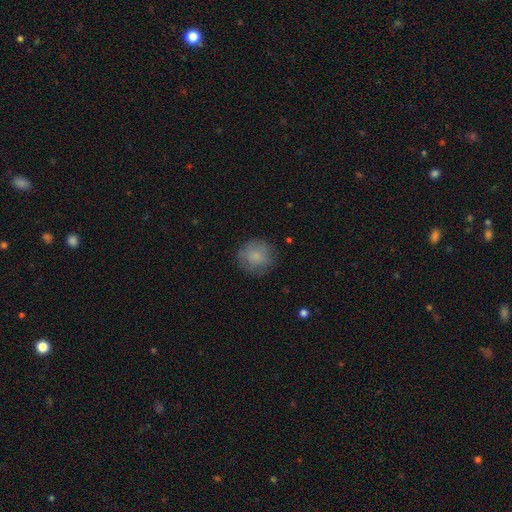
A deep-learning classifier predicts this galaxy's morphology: smooth-or-featured: smooth: 79% | featured or disk: 13% | star or artifact: 7%
  how-rounded: round: 90% | in between: 9% | cigar-shaped: 1%
  merging: none: 78% | minor disturbance: 15% | major disturbance: 5% | merger: 1%